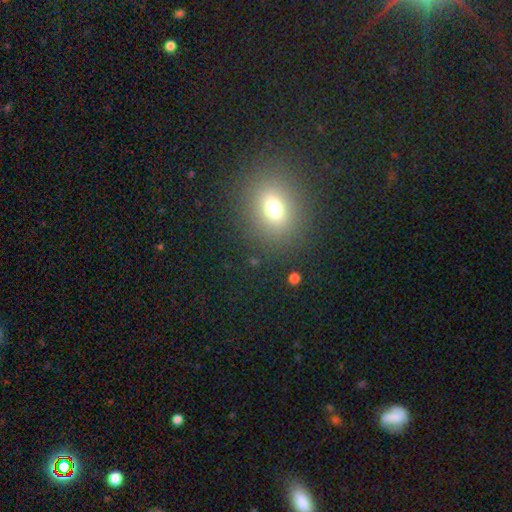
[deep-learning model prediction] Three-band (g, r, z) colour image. It shows a smooth galaxy with no disk features (67%) that is round (54%). Merging: none (90%).